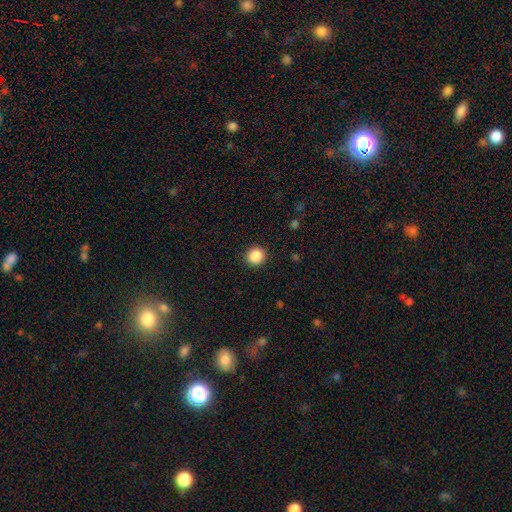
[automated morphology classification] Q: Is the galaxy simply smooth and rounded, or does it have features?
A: smooth — 87%.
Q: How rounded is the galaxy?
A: round — 90%.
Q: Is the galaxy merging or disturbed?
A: none — 91%.